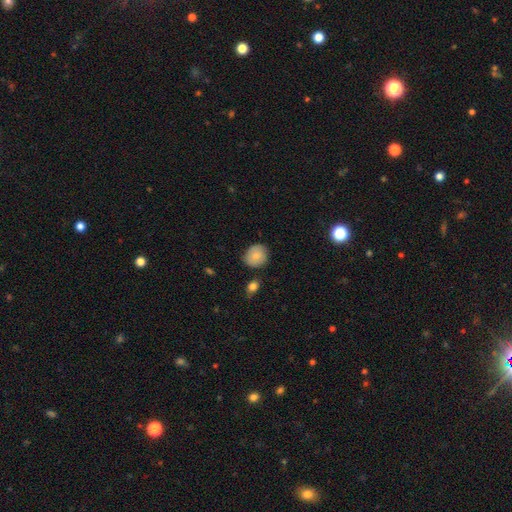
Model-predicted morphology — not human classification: Q: Smooth or featured?
A: smooth (81%); runner-up: featured or disk (11%)
Q: How rounded?
A: round (75%); runner-up: in between (24%)
Q: Merging?
A: none (79%); runner-up: minor disturbance (16%)